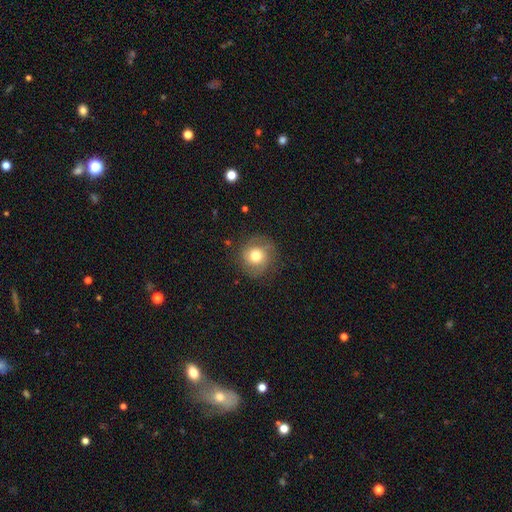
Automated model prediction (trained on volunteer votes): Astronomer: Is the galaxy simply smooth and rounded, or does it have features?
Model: smooth — 67%.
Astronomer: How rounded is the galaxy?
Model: round — 91%.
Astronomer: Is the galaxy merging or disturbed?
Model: none — 80%.